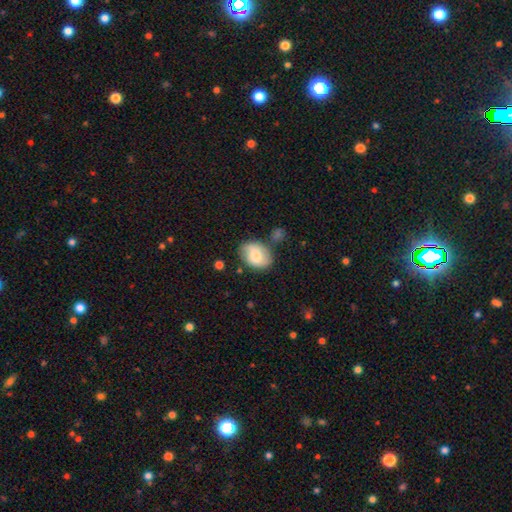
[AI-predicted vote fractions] Smooth or featured? smooth (73%)
How rounded? in between (75%)
Merging? none (66%)